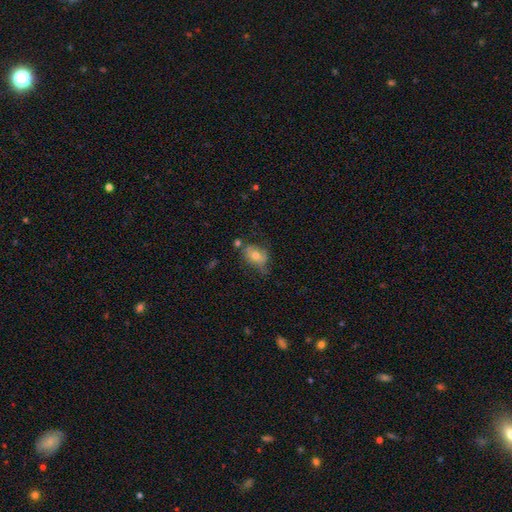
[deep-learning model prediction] A smooth galaxy with no disk features (59%) that is in between round and cigar-shaped (73%).

Vote fractions:
- Smooth or featured? smooth: 59% / featured or disk: 31% / star or artifact: 10%
- How rounded? in between: 73% / round: 25% / cigar-shaped: 2%
- Merging? none: 44% / minor disturbance: 32% / major disturbance: 17% / merger: 6%